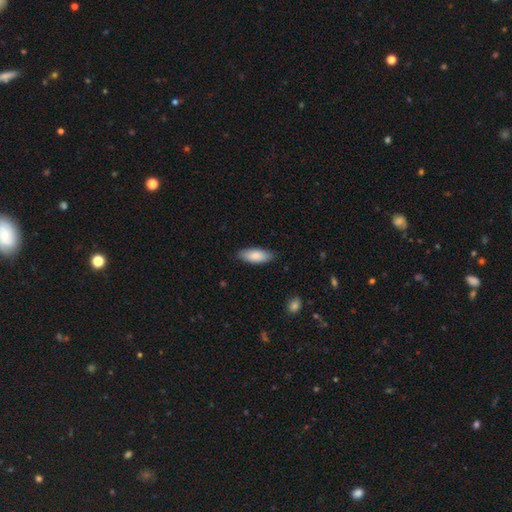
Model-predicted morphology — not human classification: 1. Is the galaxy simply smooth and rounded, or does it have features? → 86% smooth, 8% featured or disk, 5% star or artifact.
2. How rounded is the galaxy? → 79% in between, 19% cigar-shaped, 2% round.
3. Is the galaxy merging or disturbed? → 86% none, 11% minor disturbance, 2% major disturbance, 1% merger.